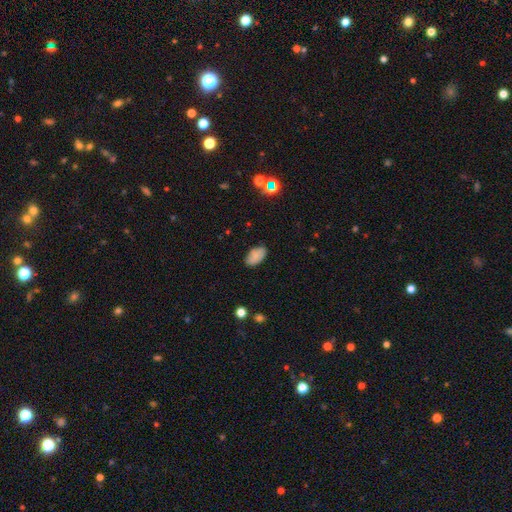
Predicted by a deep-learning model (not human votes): Smooth or featured: smooth — 82% (star or artifact — 9%)
How rounded: in between — 94% (round — 4%)
Merging: none — 83% (minor disturbance — 13%)